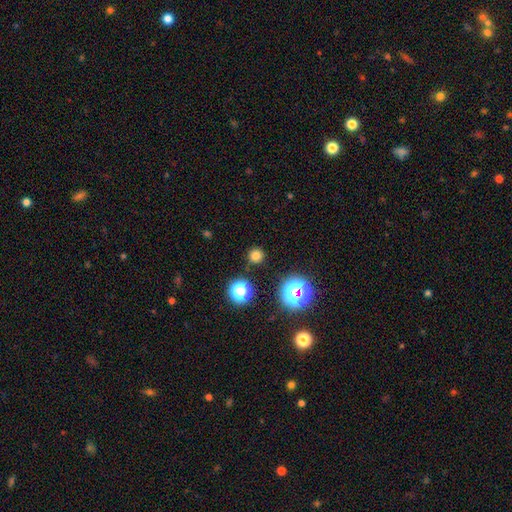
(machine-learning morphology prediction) smooth_or_featured: smooth (p=0.74) [alt: star or artifact p=0.22]
how_rounded: round (p=0.94) [alt: in between p=0.05]
merging: none (p=0.89) [alt: minor disturbance p=0.06]